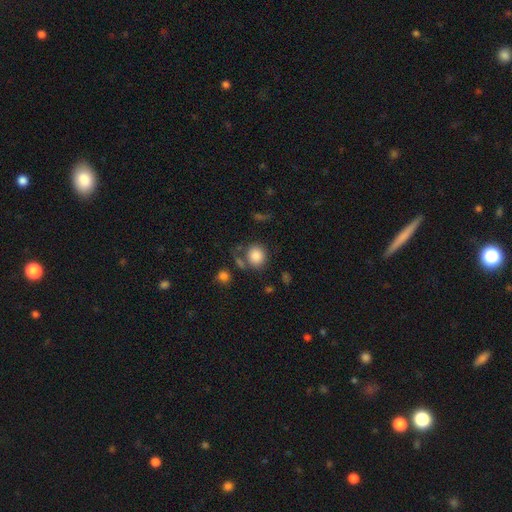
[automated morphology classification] smooth 85%, star or artifact 9%, featured or disk 6%. Down the decision tree: how rounded — round (82%); merging — none (68%).